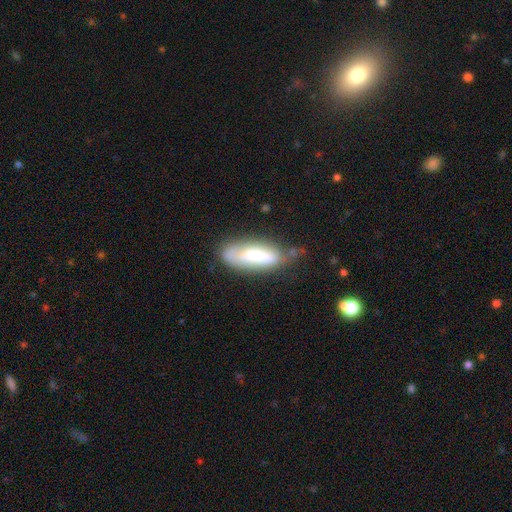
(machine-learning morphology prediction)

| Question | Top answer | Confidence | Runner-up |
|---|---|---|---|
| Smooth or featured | smooth | 61% | featured or disk (32%) |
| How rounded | in between | 57% | cigar-shaped (41%) |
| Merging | none | 47% | minor disturbance (32%) |